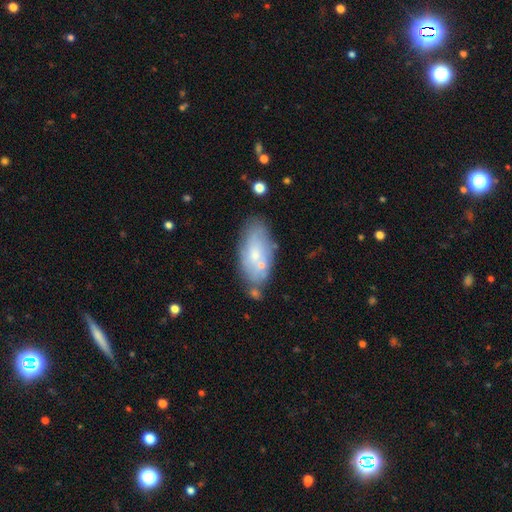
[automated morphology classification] The model was most divided on "smooth or featured": smooth: 59%, featured or disk: 34%, star or artifact: 7%. More confident: how rounded — in between (89%); merging — none (65%).